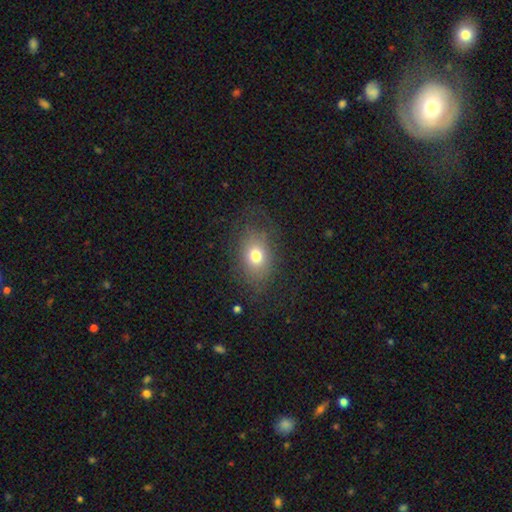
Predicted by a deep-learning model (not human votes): Smooth or featured: smooth — 71% (featured or disk — 18%)
How rounded: in between — 71% (round — 28%)
Merging: none — 73% (minor disturbance — 15%)